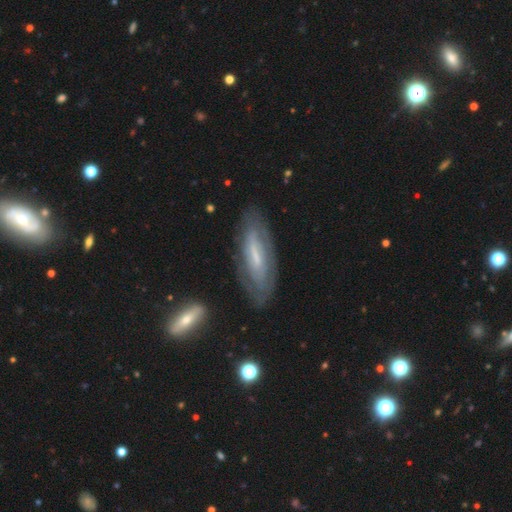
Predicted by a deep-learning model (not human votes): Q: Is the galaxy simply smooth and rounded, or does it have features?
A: featured or disk — 61%.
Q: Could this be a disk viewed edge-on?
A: no — 73%.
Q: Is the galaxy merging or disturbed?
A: none — 74%.